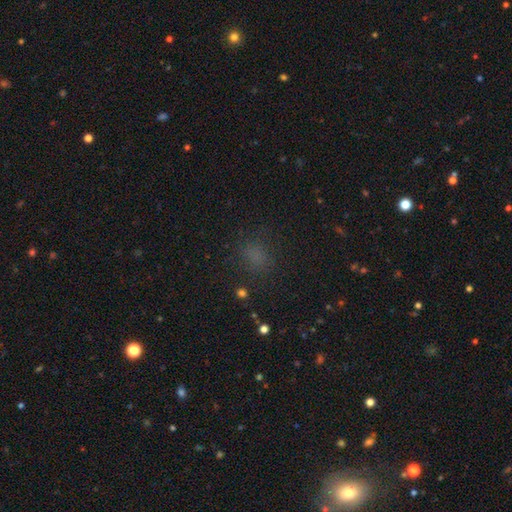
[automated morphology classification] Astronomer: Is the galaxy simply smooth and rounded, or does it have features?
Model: smooth — 70%.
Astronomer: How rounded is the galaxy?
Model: round — 55% (runner-up: in between, 42%).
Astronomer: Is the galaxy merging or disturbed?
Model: none — 79%.